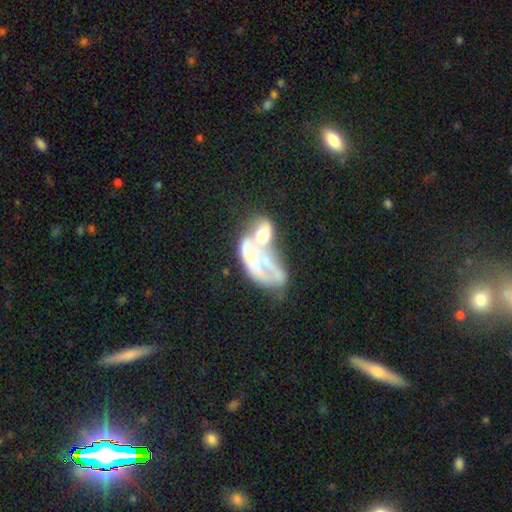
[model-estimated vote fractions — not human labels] Smooth or featured?
  - featured or disk: 62% *
  - smooth: 25%
  - star or artifact: 13%
Edge-on disk?
  - no: 95% *
  - yes: 5%
Bar?
  - no: 83% *
  - weak: 12%
  - strong: 5%
Spiral arms?
  - no: 73% *
  - yes: 27%
Bulge size?
  - none: 38% *
  - small: 28%
  - moderate: 27%
  - large: 5%
  - dominant: 2%
Merging?
  - merger: 50% *
  - major disturbance: 26%
  - none: 13%
  - minor disturbance: 10%